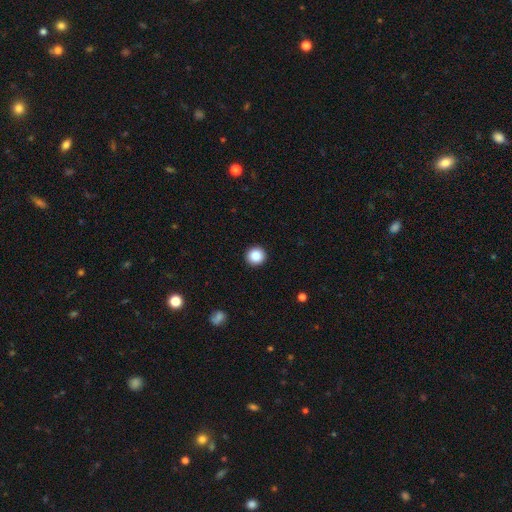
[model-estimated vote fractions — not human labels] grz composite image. It shows a smooth galaxy with no disk features (87%) that is round (95%). Merging: none (93%).